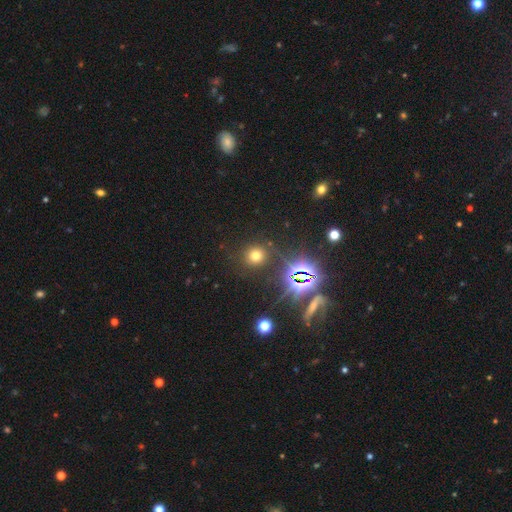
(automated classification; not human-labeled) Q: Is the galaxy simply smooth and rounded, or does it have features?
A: smooth — 62%.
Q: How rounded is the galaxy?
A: round — 89%.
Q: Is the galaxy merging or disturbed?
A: none — 87%.